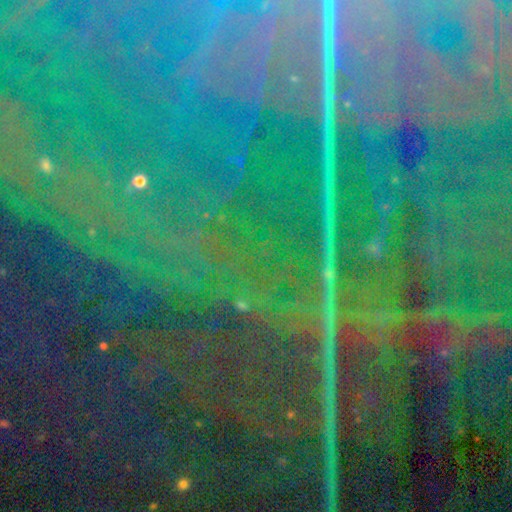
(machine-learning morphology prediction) A star or artifact, not a galaxy (88%).